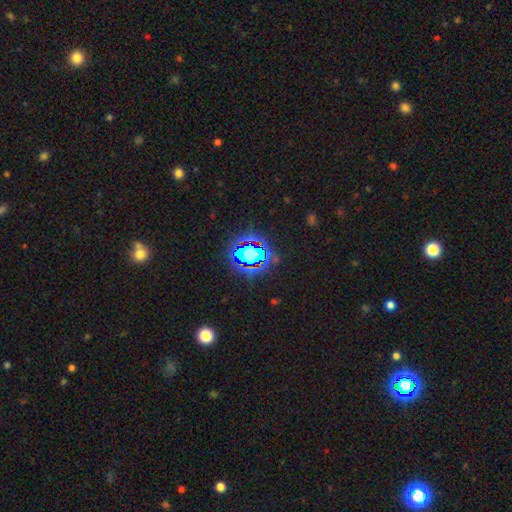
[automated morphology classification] Smooth or featured? star or artifact (76%)